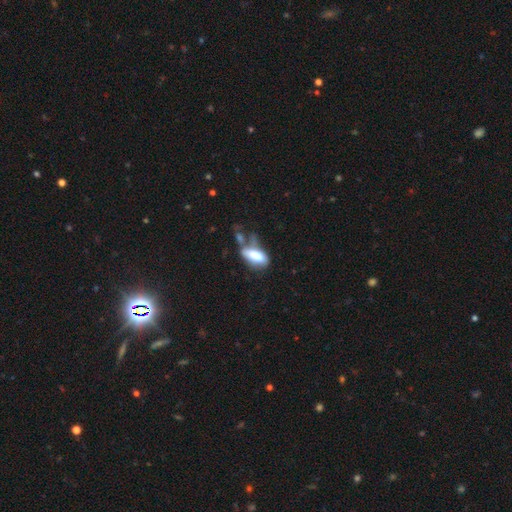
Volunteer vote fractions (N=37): Smooth or featured: smooth — 73% (featured or disk — 22%)
How rounded: in between — 78% (cigar-shaped — 22%)
Merging: major disturbance — 37% (none — 31%)